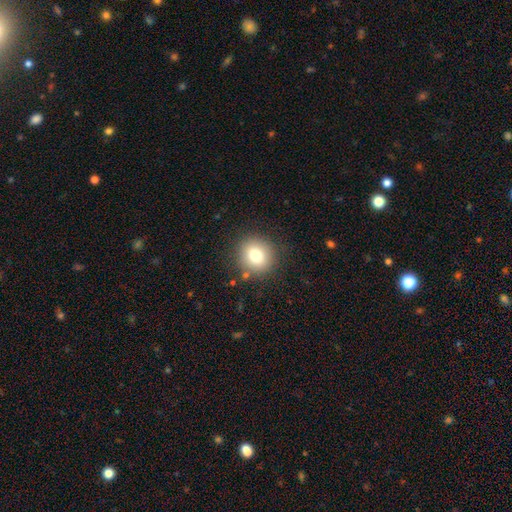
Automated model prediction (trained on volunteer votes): Smooth or featured?
  - smooth: 78% *
  - star or artifact: 11%
  - featured or disk: 11%
How rounded?
  - round: 84% *
  - in between: 15%
  - cigar-shaped: 1%
Merging?
  - none: 86% *
  - minor disturbance: 9%
  - major disturbance: 3%
  - merger: 2%